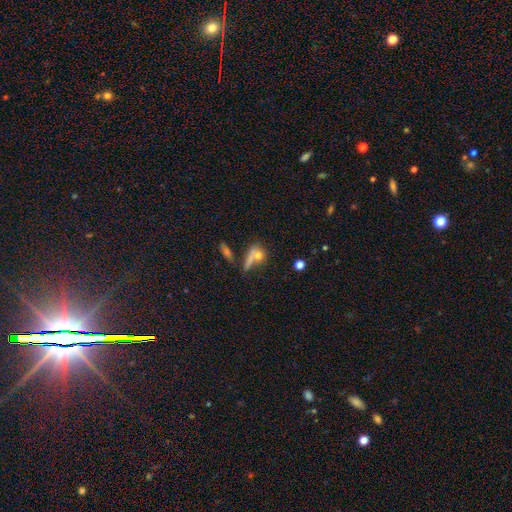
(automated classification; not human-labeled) A smooth galaxy with no disk features (68%) that is round (52%). Merging: none (42%).